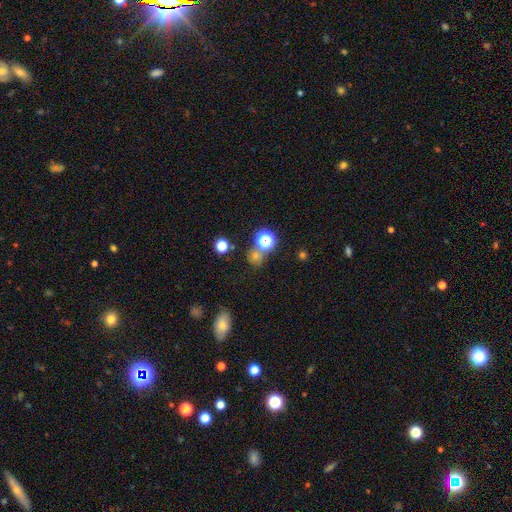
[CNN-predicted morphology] The model was most divided on "smooth or featured": smooth: 53%, star or artifact: 38%, featured or disk: 9%. More confident: how rounded — round (82%); merging — none (66%).